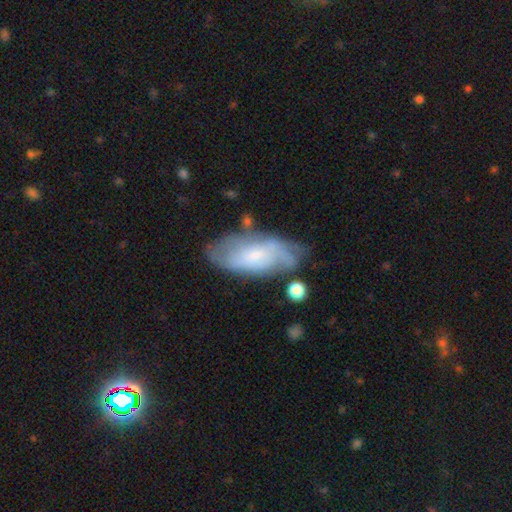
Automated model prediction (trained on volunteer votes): This is possibly a featured or disk galaxy (59%). It is clearly not viewed edge-on (90%). Bar: likely no (62%). Spiral arm pattern: likely yes (80%). Central bulge: likely small (68%). Merging: possibly none (59%).